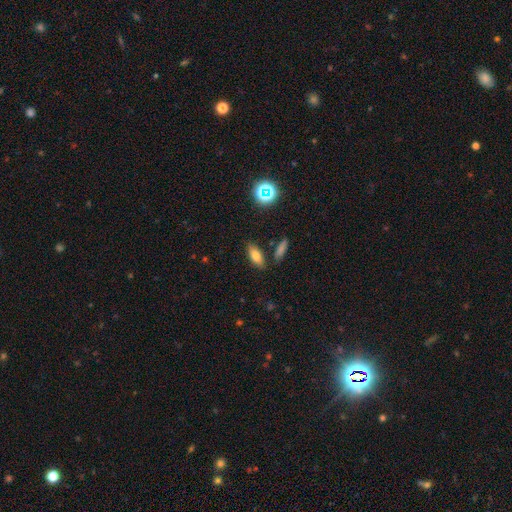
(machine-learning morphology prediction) This appears to be a smooth galaxy with no disk features (74%) that is in between round and cigar-shaped (76%). Merging: none (80%).